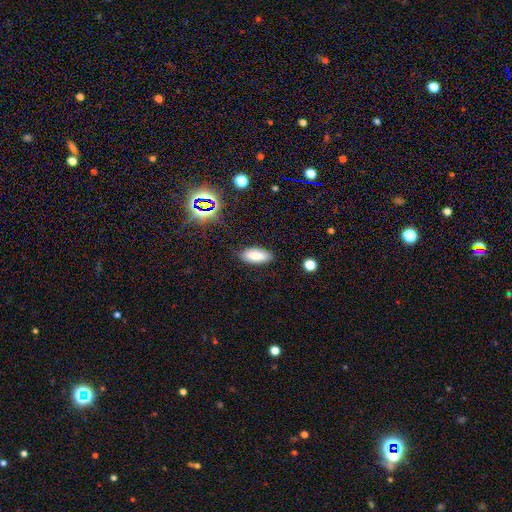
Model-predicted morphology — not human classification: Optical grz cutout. It shows a smooth galaxy with no disk features (83%) that is in between round and cigar-shaped (85%). Merging: none (87%).